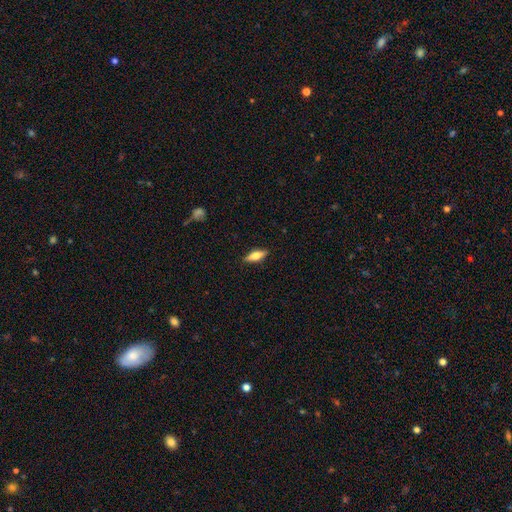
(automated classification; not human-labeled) smooth 63%, featured or disk 31%, star or artifact 7%. Down the decision tree: how rounded — in between (63%); merging — none (89%).